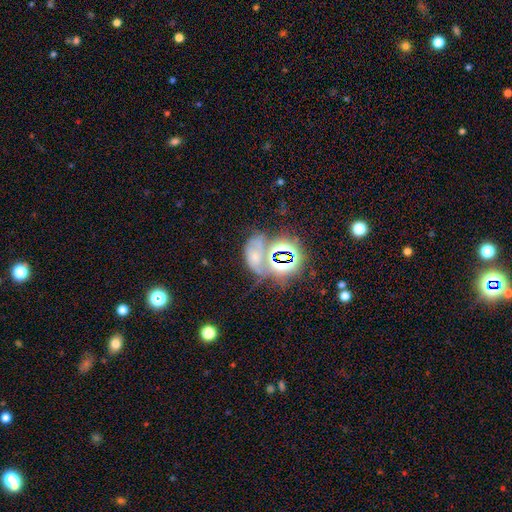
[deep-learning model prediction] smooth-or-featured: star or artifact: 43% | smooth: 32% | featured or disk: 25%